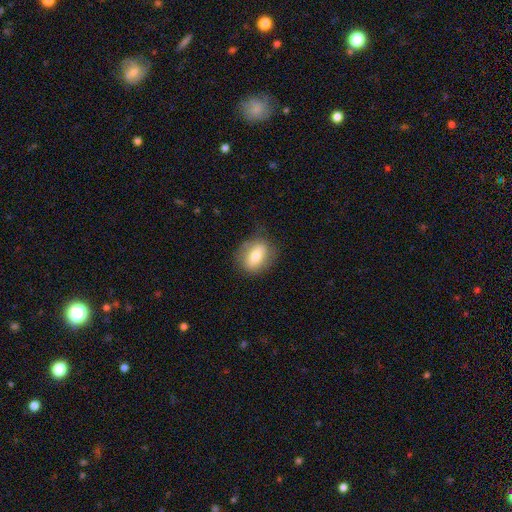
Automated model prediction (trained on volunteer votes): A smooth galaxy with no disk features (71%) that is in between round and cigar-shaped (71%).

Vote fractions:
- Smooth or featured? smooth: 71% / featured or disk: 22% / star or artifact: 7%
- How rounded? in between: 71% / round: 25% / cigar-shaped: 3%
- Merging? none: 77% / minor disturbance: 17% / major disturbance: 5% / merger: 1%